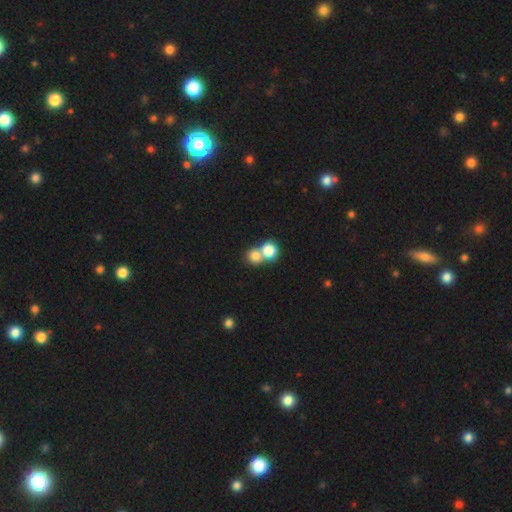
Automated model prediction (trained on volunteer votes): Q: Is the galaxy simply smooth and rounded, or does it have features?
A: smooth — 78%.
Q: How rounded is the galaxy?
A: round — 79%.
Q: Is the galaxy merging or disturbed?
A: merger — 61%.